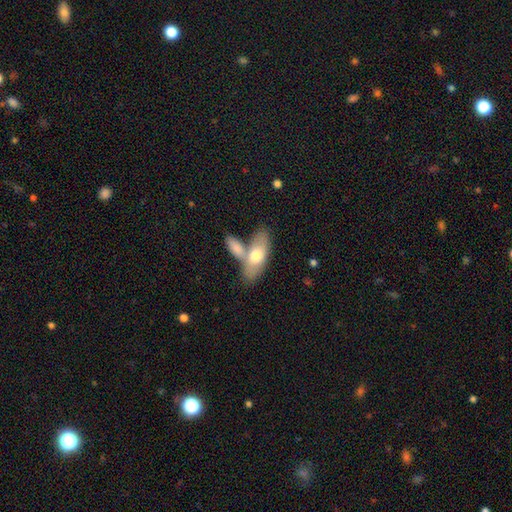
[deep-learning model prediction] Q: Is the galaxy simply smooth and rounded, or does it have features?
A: smooth — 66%.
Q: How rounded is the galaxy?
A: in between — 78%.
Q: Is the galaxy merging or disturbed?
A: merger — 43%, tied with none.